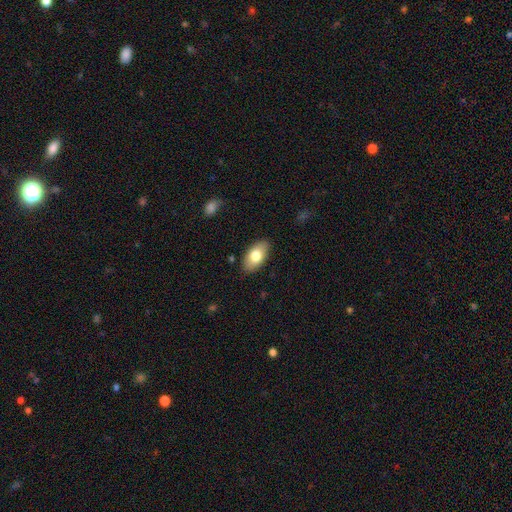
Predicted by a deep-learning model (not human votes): A smooth galaxy with no disk features (76%) that is in between round and cigar-shaped (93%).

Vote fractions:
- Smooth or featured? smooth: 76% / featured or disk: 18% / star or artifact: 7%
- How rounded? in between: 93% / round: 4% / cigar-shaped: 2%
- Merging? none: 86% / minor disturbance: 11% / major disturbance: 2% / merger: 1%